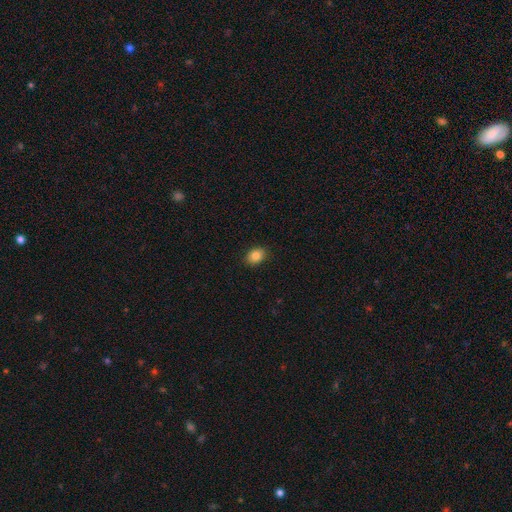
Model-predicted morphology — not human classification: Smooth or featured? smooth (84%)
How rounded? in between (69%)
Merging? none (89%)